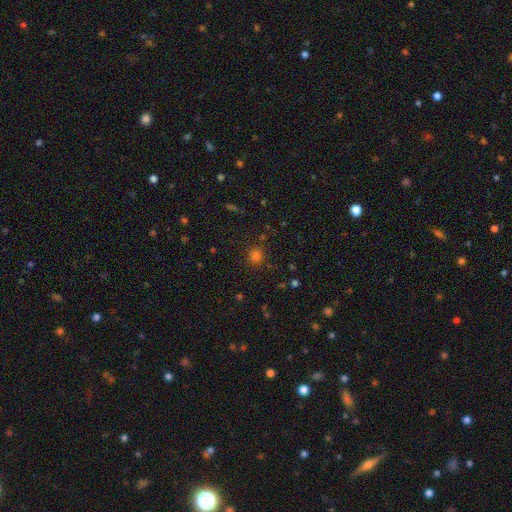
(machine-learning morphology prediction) This is likely a smooth galaxy (74%). How rounded: clearly round (83%). Merging: clearly none (86%).